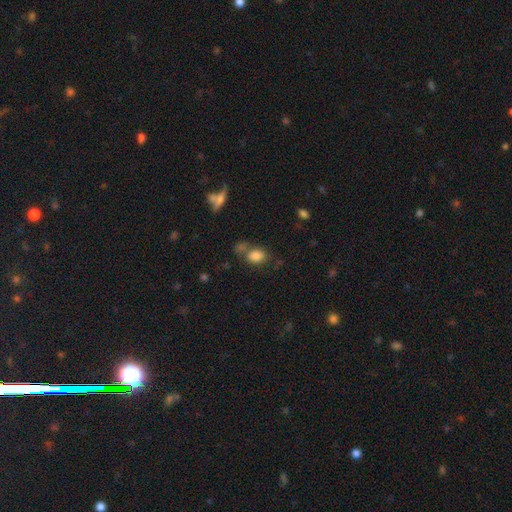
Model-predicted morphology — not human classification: The model was most divided on "merging": none: 55%, merger: 23%, minor disturbance: 15%, major disturbance: 7%. More confident: smooth or featured — smooth (82%); how rounded — in between (73%).